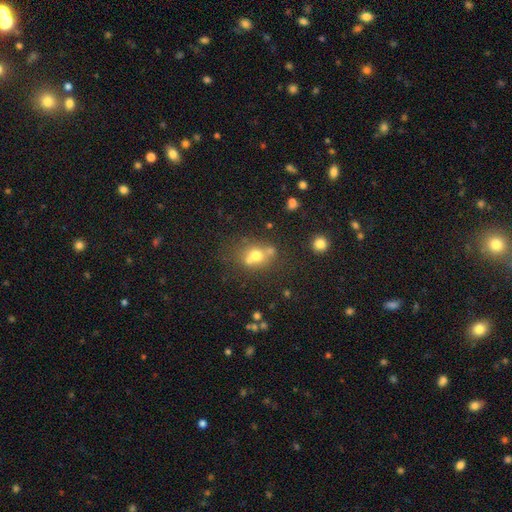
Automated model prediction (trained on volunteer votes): Smooth or featured?
  - smooth: 63% *
  - featured or disk: 21%
  - star or artifact: 16%
How rounded?
  - round: 65% *
  - in between: 34%
  - cigar-shaped: 1%
Merging?
  - none: 46% *
  - merger: 35%
  - minor disturbance: 13%
  - major disturbance: 6%